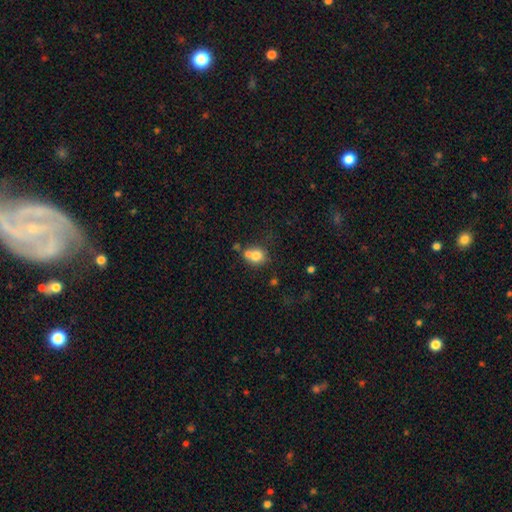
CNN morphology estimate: smooth 75%, featured or disk 14%, star or artifact 11%. Down the decision tree: how rounded — round (72%); merging — none (42%).